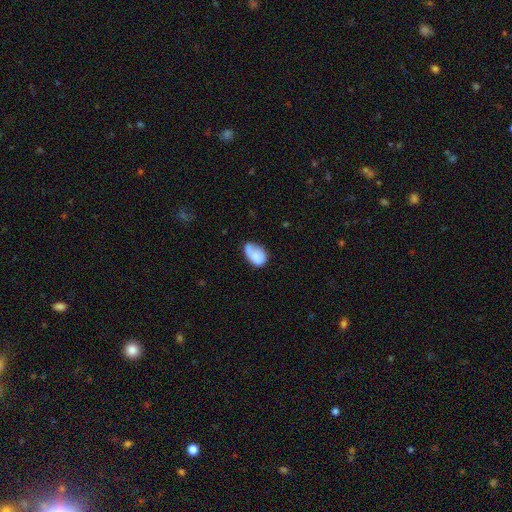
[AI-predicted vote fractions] Morphology: type=smooth (72%); roundness=in between (84%); merging=none (39%).